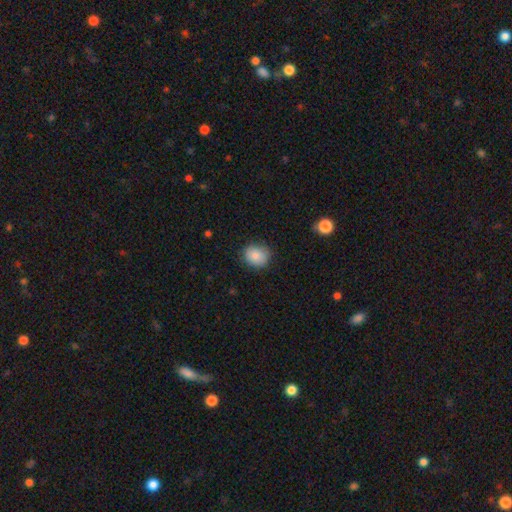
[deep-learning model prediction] Smooth or featured: smooth — 85% (star or artifact — 8%)
How rounded: round — 71% (in between — 28%)
Merging: none — 80% (minor disturbance — 15%)